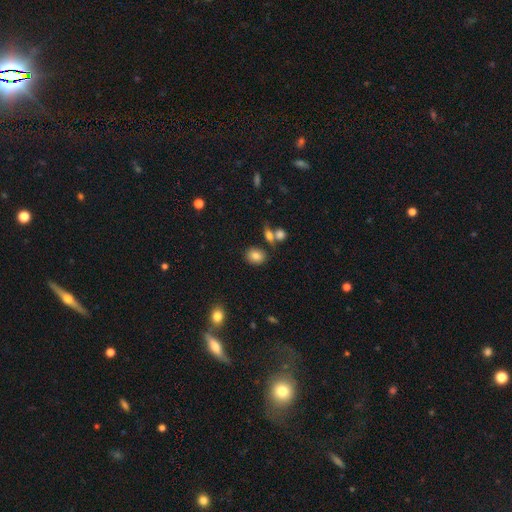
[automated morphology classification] smooth 82%, star or artifact 10%, featured or disk 8%. Down the decision tree: how rounded — in between (55%); merging — none (75%).